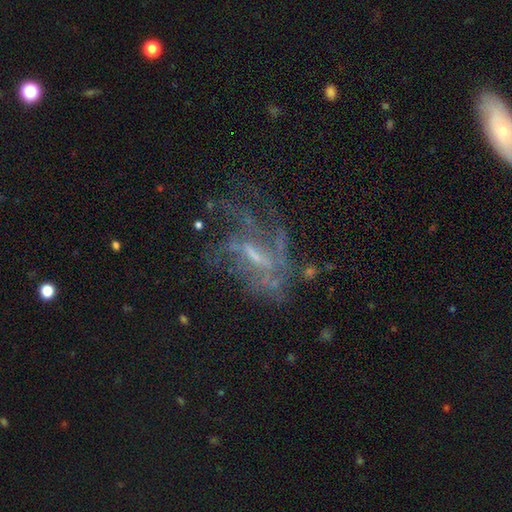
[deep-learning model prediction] This appears to be a featured or disk galaxy (74%) with a weak bar (44%), spiral arms (62%) and a small central bulge (44%). Merging: none (41%).